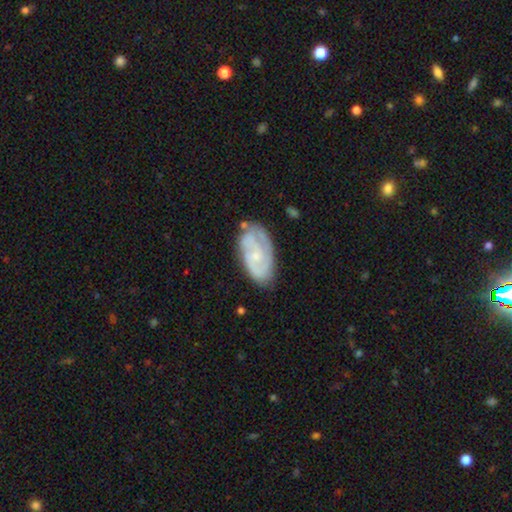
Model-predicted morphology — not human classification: smooth_or_featured: featured or disk (p=0.77) [alt: smooth p=0.18]
disk_edge_on: no (p=0.96) [alt: yes p=0.04]
bar: no (p=0.63) [alt: weak p=0.32]
has_spiral_arms: yes (p=0.92) [alt: no p=0.08]
spiral_winding: tight (p=0.52) [alt: medium p=0.38]
spiral_arm_count: 2 (p=0.56) [alt: can't tell p=0.21]
bulge_size: small (p=0.67) [alt: moderate p=0.24]
merging: none (p=0.71) [alt: minor disturbance p=0.21]